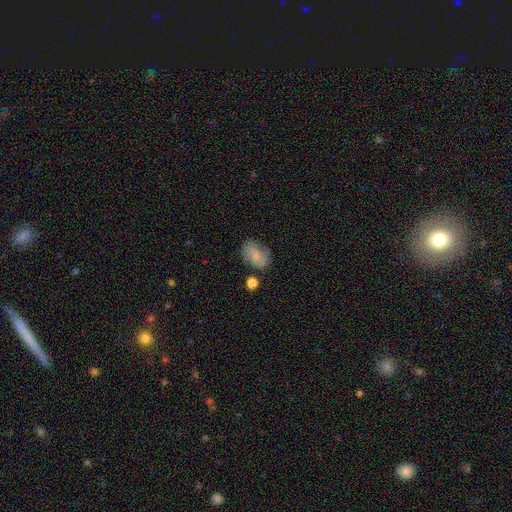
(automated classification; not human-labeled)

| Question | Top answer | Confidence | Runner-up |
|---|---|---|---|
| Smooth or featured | smooth | 64% | featured or disk (27%) |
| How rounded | in between | 75% | round (23%) |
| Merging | none | 65% | minor disturbance (23%) |